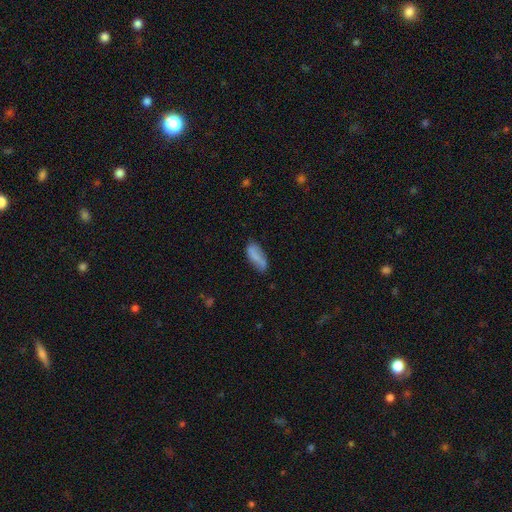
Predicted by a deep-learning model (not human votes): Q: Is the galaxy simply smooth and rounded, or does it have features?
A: smooth — 71%.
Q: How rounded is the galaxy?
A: in between — 71%.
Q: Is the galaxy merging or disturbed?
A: none — 63%.